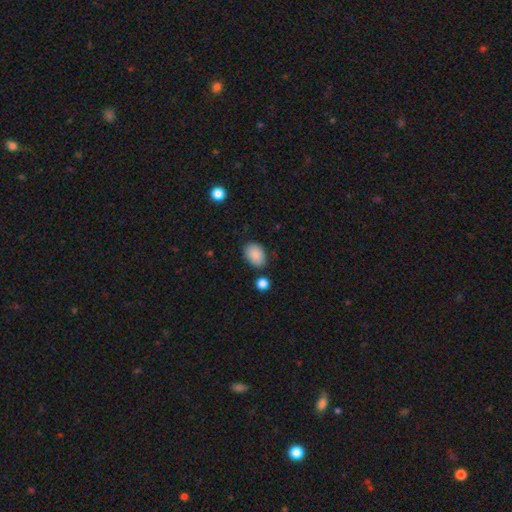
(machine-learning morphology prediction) This is clearly a smooth galaxy (88%). How rounded: clearly in between (81%). Merging: clearly none (80%).